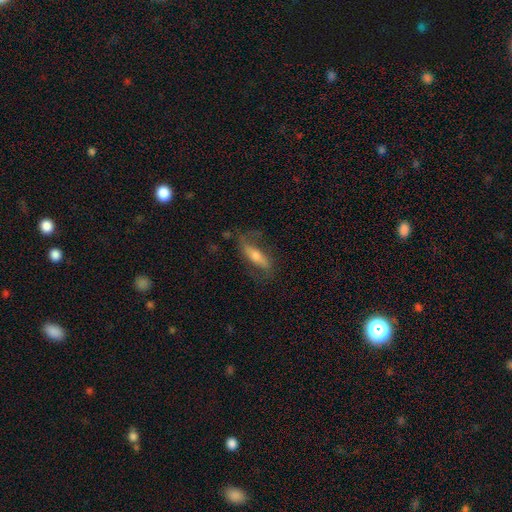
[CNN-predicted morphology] smooth-or-featured: featured or disk: 63% | smooth: 27% | star or artifact: 10%
  disk-edge-on: no: 71% | yes: 29%
  merging: none: 67% | minor disturbance: 18% | major disturbance: 13% | merger: 2%